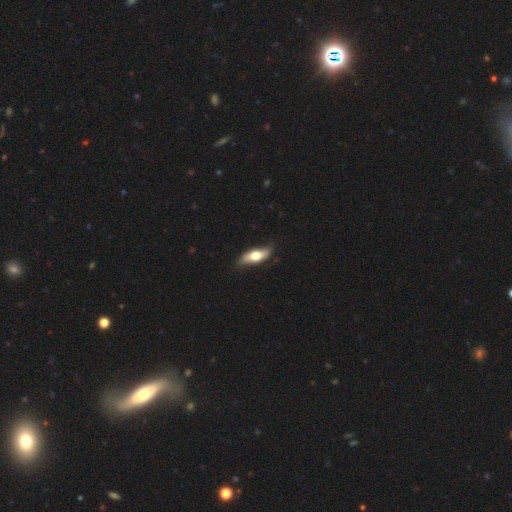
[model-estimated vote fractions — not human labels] A smooth galaxy with no disk features (48%).

Vote fractions:
- Smooth or featured? smooth: 48% / featured or disk: 46% / star or artifact: 5%
- Merging? none: 73% / minor disturbance: 21% / major disturbance: 5% / merger: 1%